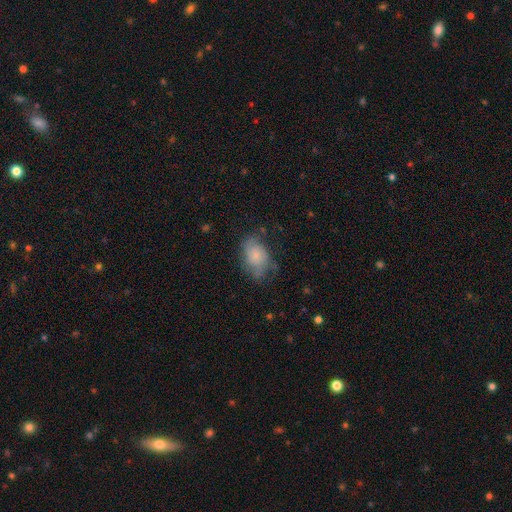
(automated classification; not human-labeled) Smooth or featured? smooth (67%)
How rounded? in between (81%)
Merging? none (50%)